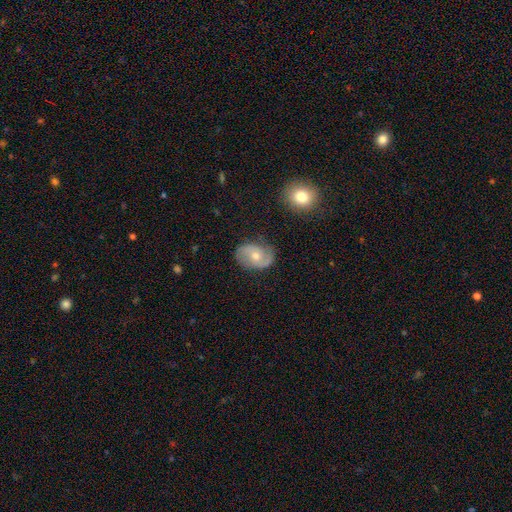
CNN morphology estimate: Smooth or featured? Predicted: featured or disk (p=0.74). Edge-on disk? Predicted: no (p=0.97). Bar? Predicted: no (p=0.62). Spiral arms? Predicted: yes (p=0.91). Spiral winding? Predicted: medium (p=0.47). Spiral arm count? Predicted: 2 (p=0.88). Bulge size? Predicted: moderate (p=0.58). Merging? Predicted: none (p=0.79).